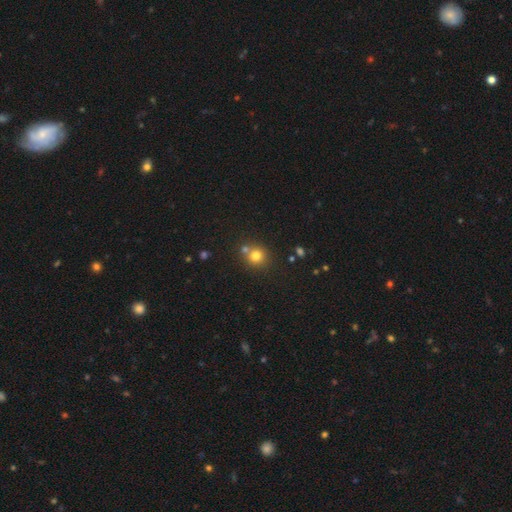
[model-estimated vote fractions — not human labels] smooth 77%, star or artifact 14%, featured or disk 9%. Down the decision tree: how rounded — round (88%); merging — none (62%).